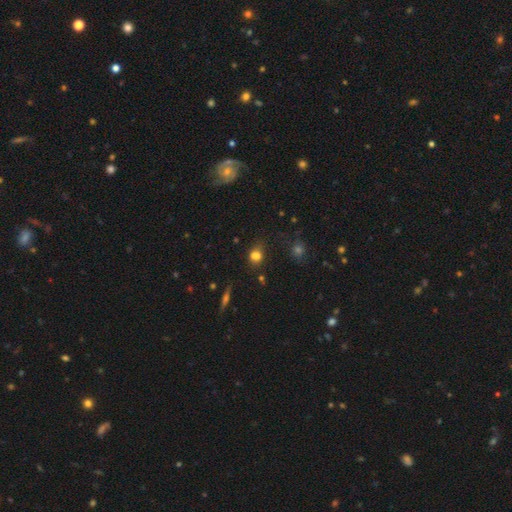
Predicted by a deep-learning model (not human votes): Morphology: type=smooth (75%); roundness=round (59%); merging=none (57%).